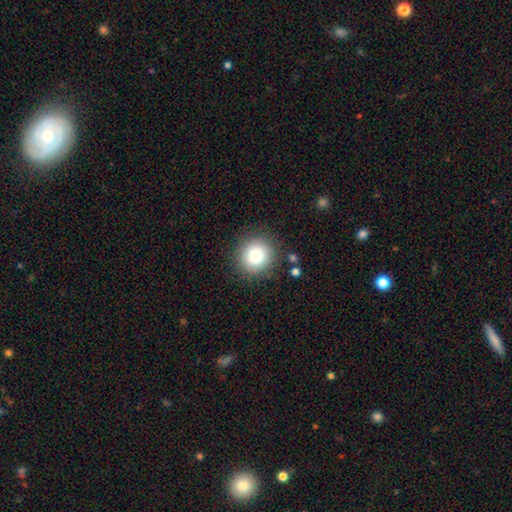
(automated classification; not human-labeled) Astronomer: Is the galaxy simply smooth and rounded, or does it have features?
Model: smooth — 85%.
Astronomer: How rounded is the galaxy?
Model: round — 91%.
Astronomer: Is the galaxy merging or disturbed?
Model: none — 87%.